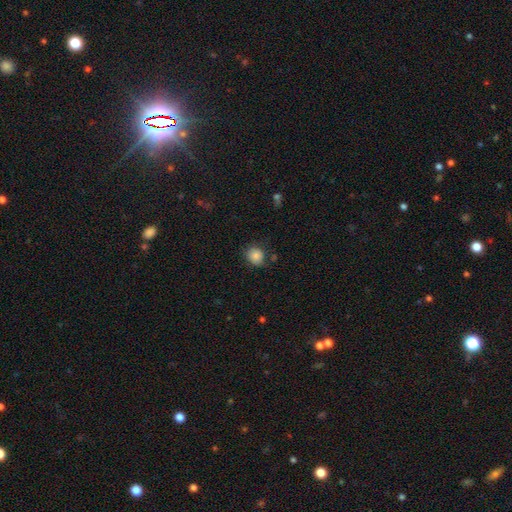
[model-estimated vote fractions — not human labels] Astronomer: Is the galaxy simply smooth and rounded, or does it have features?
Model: smooth — 84%.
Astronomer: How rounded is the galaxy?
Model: round — 79%.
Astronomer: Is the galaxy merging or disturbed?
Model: none — 74%.